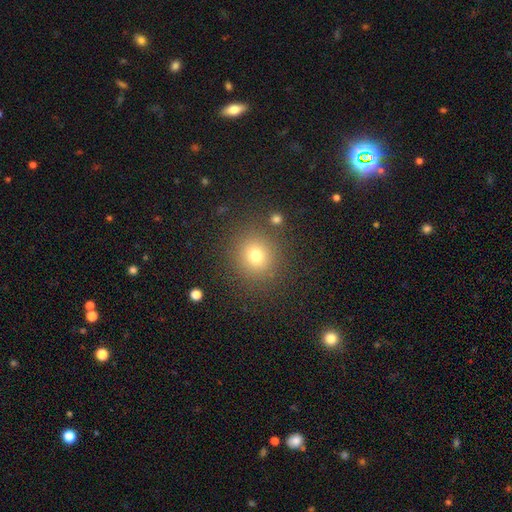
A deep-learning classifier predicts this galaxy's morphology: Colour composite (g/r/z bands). It shows a smooth galaxy with no disk features (72%) that is round (89%). Merging: none (85%).